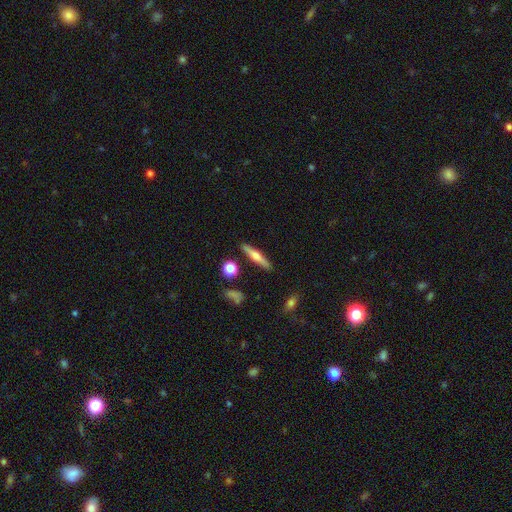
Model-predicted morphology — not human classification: smooth_or_featured: featured or disk (p=0.52) [alt: smooth p=0.41]
disk_edge_on: yes (p=0.96) [alt: no p=0.04]
merging: none (p=0.88) [alt: minor disturbance p=0.08]